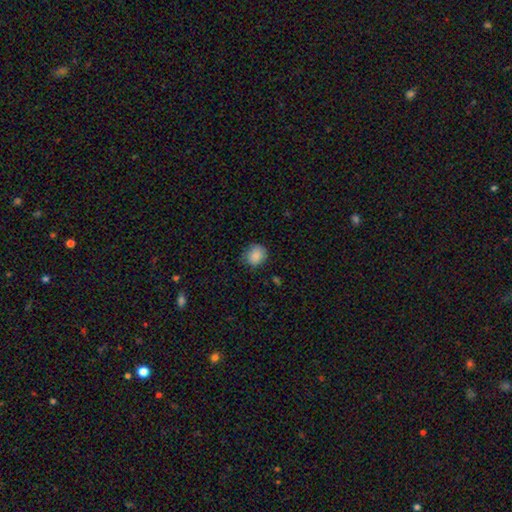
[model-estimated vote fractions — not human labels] This is clearly a smooth galaxy (85%). How rounded: likely round (79%). Merging: likely none (74%).